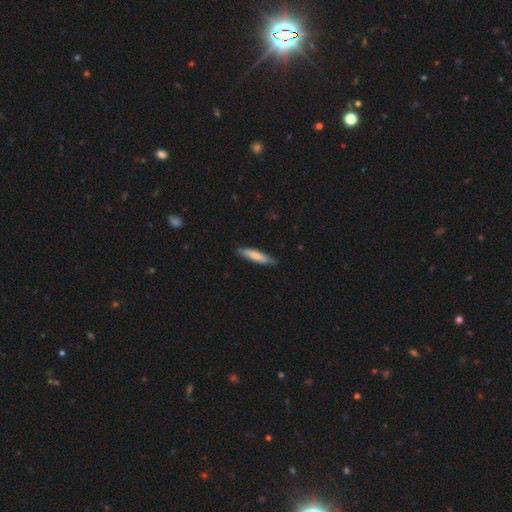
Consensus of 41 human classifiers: Overall: smooth (73%). How rounded: cigar-shaped (67%; in between 33%). Merging: none (92%).